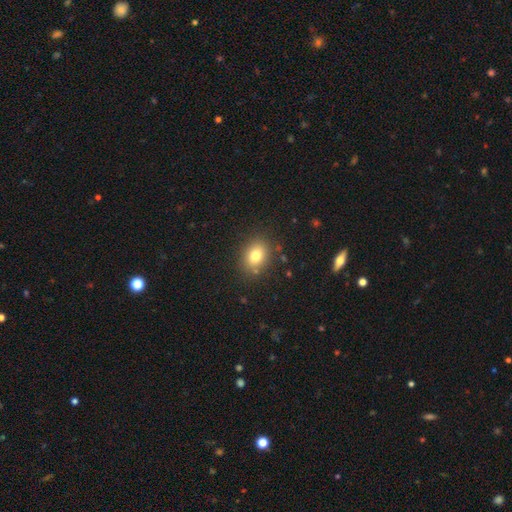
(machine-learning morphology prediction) Smooth or featured?
  - smooth: 79% *
  - star or artifact: 11%
  - featured or disk: 10%
How rounded?
  - in between: 59% *
  - round: 40%
  - cigar-shaped: 1%
Merging?
  - none: 85% *
  - minor disturbance: 10%
  - major disturbance: 3%
  - merger: 2%